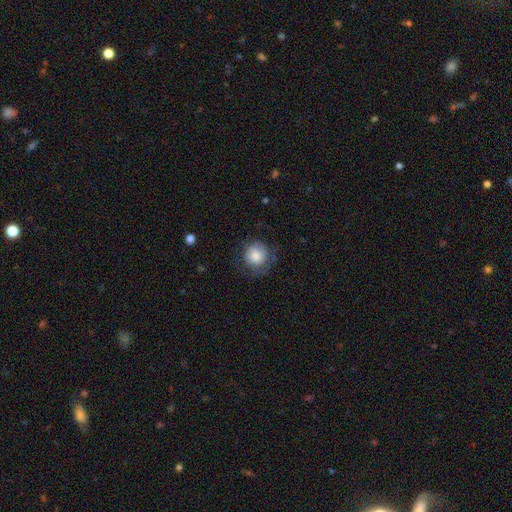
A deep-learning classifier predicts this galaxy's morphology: smooth_or_featured: smooth (p=0.75) [alt: featured or disk p=0.17]
how_rounded: round (p=0.88) [alt: in between p=0.11]
merging: none (p=0.64) [alt: minor disturbance p=0.22]